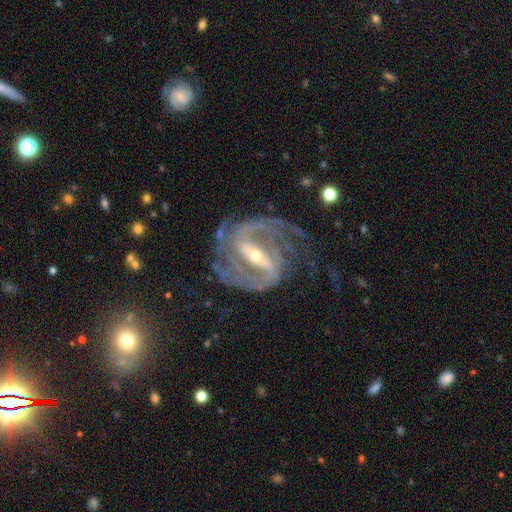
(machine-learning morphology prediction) smooth-or-featured: featured or disk: 92% | star or artifact: 5% | smooth: 3%
  disk-edge-on: no: 97% | yes: 3%
    bar: strong: 64% | weak: 27% | no: 9%
    has-spiral-arms: yes: 98% | no: 2%
      spiral-winding: medium: 47% | tight: 40% | loose: 13%
      spiral-arm-count: 2: 58% | 3: 17% | can't tell: 9% | 4: 6% | 1: 5% | more than 4: 5%
    bulge-size: small: 60% | moderate: 36% | large: 2% | none: 1% | dominant: 1%
  merging: none: 62% | minor disturbance: 19% | major disturbance: 17% | merger: 2%